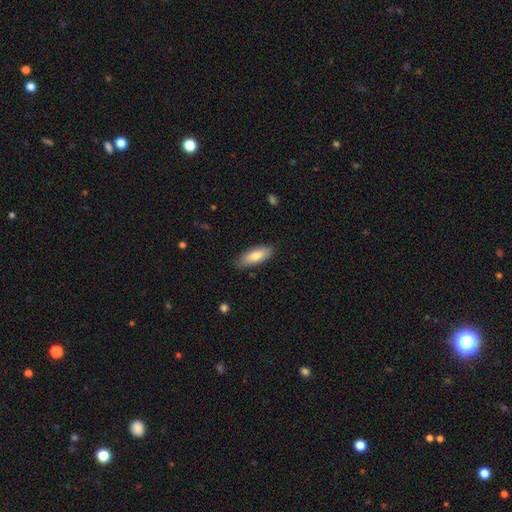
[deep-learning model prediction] smooth_or_featured: smooth (p=0.81) [alt: featured or disk p=0.14]
how_rounded: in between (p=0.66) [alt: cigar-shaped p=0.32]
merging: none (p=0.83) [alt: minor disturbance p=0.13]